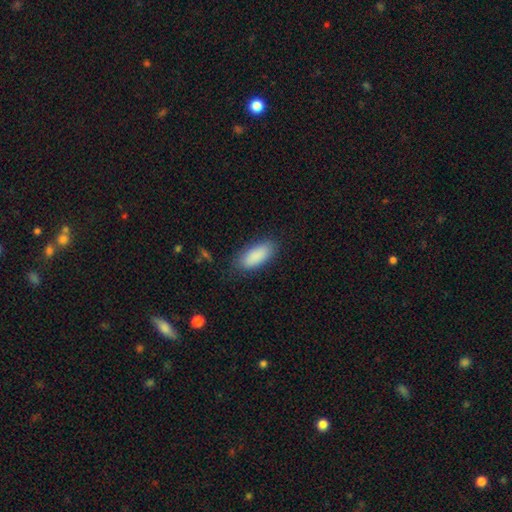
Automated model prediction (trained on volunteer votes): Morphology: type=smooth (89%); roundness=in between (83%); merging=none (83%).